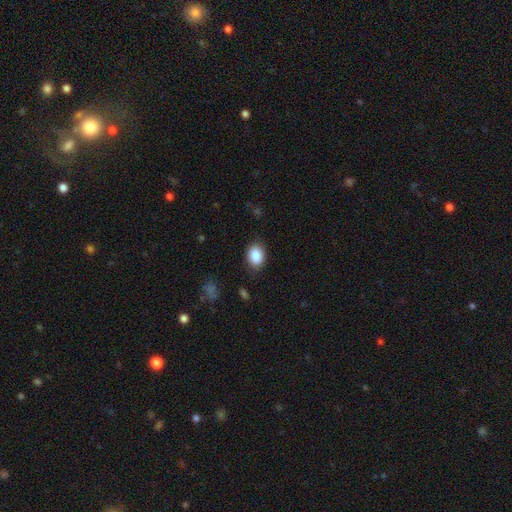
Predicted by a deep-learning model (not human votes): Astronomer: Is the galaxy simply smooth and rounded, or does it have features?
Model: smooth — 88%.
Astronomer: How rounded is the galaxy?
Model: in between — 76%.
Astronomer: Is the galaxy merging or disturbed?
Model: none — 85%.